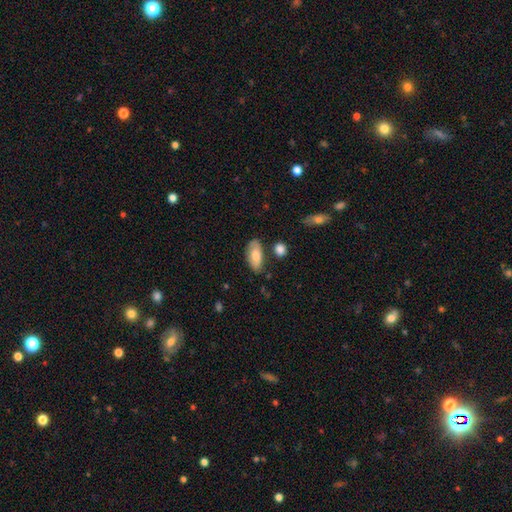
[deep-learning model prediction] Smooth or featured: smooth — 76% (featured or disk — 18%)
How rounded: in between — 90% (cigar-shaped — 7%)
Merging: none — 70% (minor disturbance — 20%)